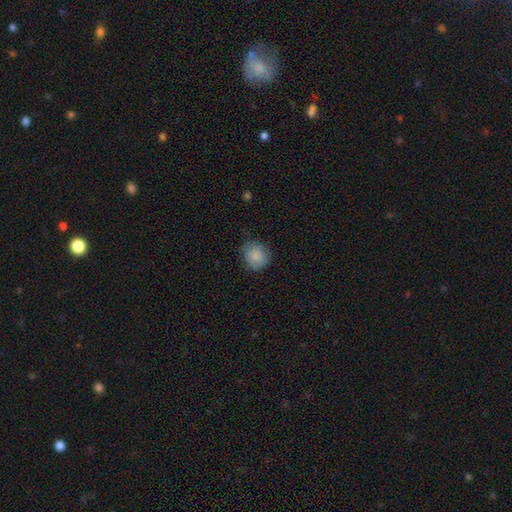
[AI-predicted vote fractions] Smooth or featured? smooth (87%)
How rounded? round (85%)
Merging? none (79%)